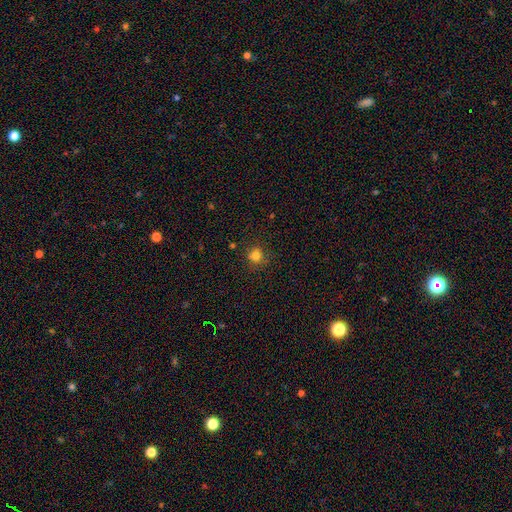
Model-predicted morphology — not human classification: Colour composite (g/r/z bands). It shows a smooth galaxy with no disk features (81%) that is round (90%). Merging: none (85%).